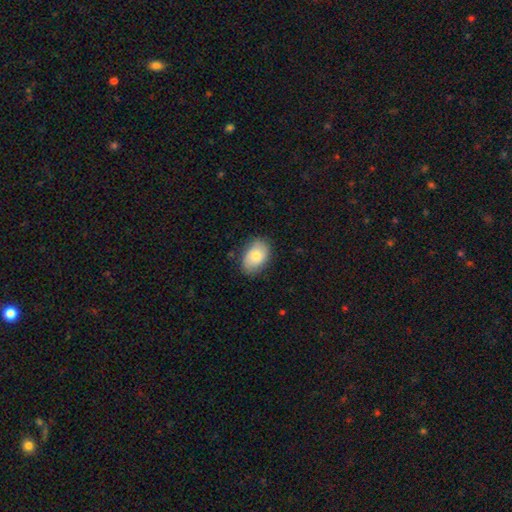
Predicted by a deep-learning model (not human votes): This appears to be a smooth galaxy with no disk features (79%) that is in between round and cigar-shaped (87%). Merging: none (81%).